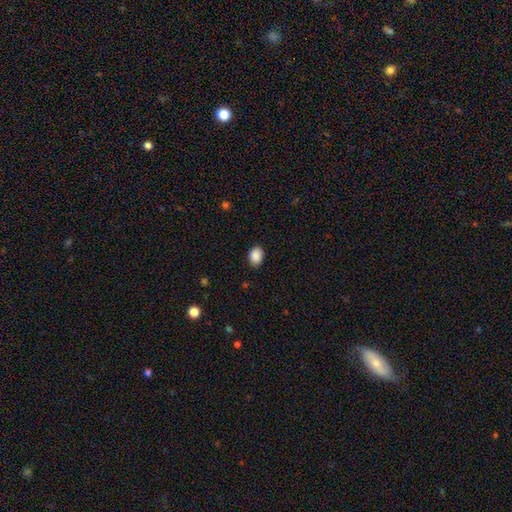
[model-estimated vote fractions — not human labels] A smooth galaxy with no disk features (90%) that is in between round and cigar-shaped (71%). Merging: none (88%).